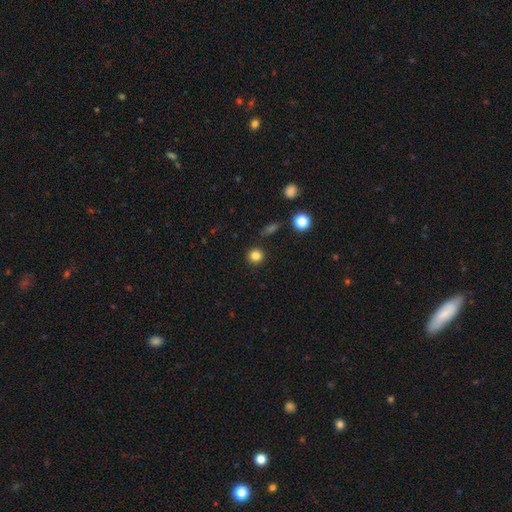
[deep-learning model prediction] Smooth or featured? smooth (82%)
How rounded? round (93%)
Merging? none (90%)